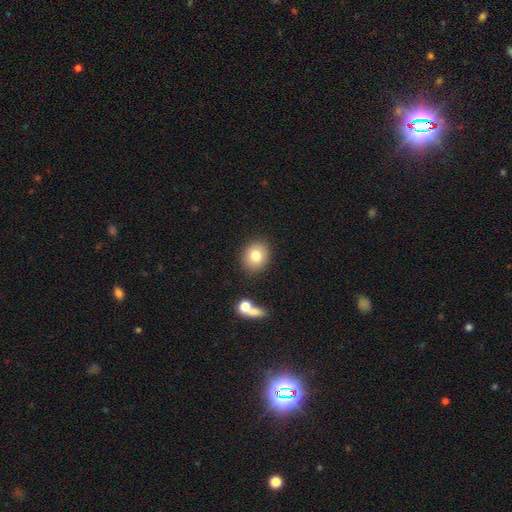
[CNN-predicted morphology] smooth 79%, featured or disk 11%, star or artifact 10%. Down the decision tree: how rounded — round (66%); merging — none (84%).